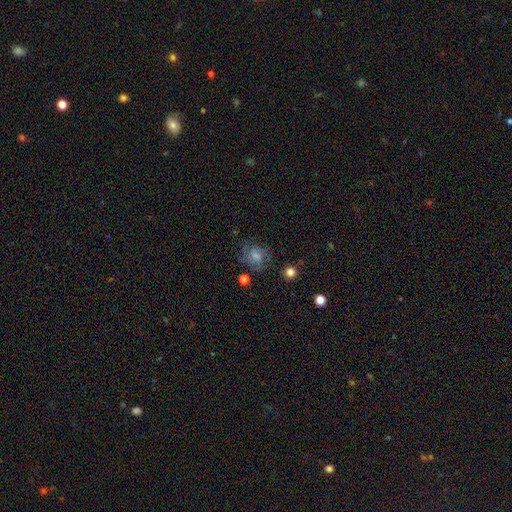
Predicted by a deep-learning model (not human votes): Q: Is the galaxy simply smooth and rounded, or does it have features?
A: featured or disk — 42%.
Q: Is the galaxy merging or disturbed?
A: none — 70%.